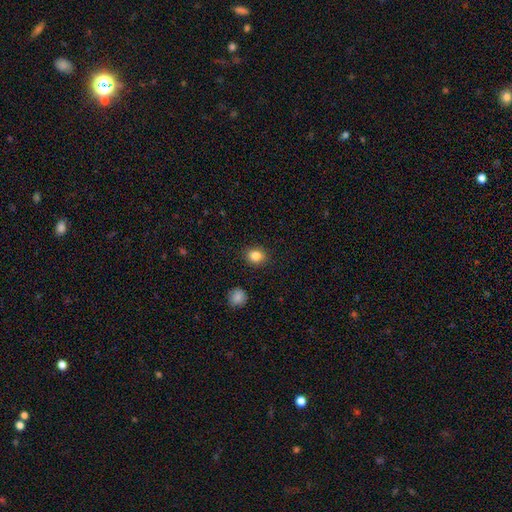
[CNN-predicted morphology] Q: Smooth or featured?
A: smooth (84%); runner-up: star or artifact (10%)
Q: How rounded?
A: round (64%); runner-up: in between (35%)
Q: Merging?
A: none (89%); runner-up: minor disturbance (7%)